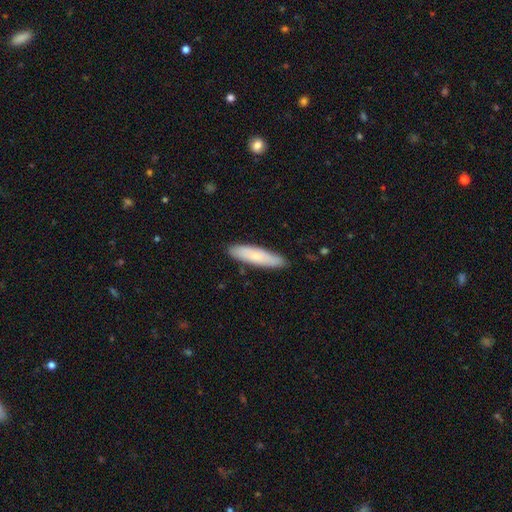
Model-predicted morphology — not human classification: A smooth galaxy with no disk features (73%) that is cigar-shaped (73%).

Vote fractions:
- Smooth or featured? smooth: 73% / featured or disk: 22% / star or artifact: 6%
- How rounded? cigar-shaped: 73% / in between: 26% / round: 1%
- Merging? none: 87% / minor disturbance: 10% / major disturbance: 2% / merger: 1%